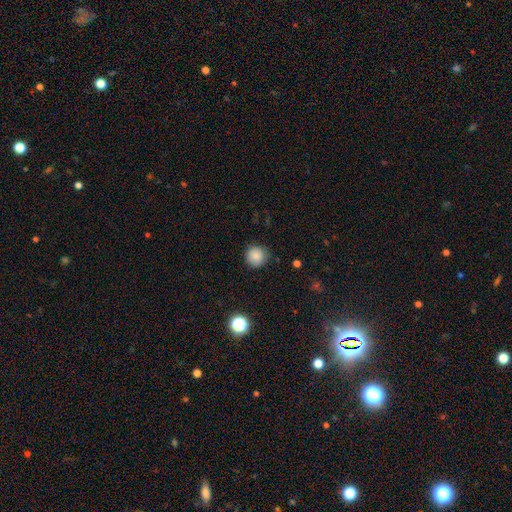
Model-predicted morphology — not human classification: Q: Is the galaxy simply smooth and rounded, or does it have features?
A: smooth — 86%.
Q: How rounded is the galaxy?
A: round — 93%.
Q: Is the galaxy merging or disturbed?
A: none — 87%.